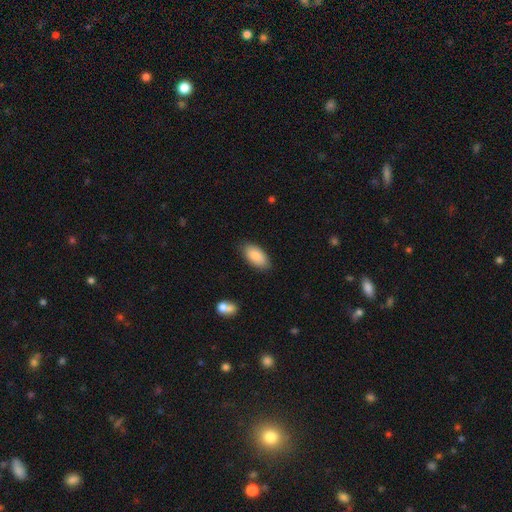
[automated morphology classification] Smooth or featured: smooth — 87% (featured or disk — 6%)
How rounded: in between — 93% (cigar-shaped — 4%)
Merging: none — 84% (minor disturbance — 12%)